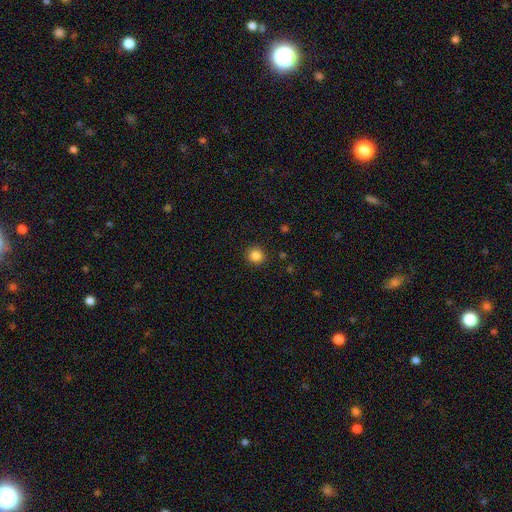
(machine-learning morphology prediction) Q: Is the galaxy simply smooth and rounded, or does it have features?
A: smooth — 85%.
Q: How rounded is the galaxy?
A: round — 93%.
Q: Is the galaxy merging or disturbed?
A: none — 91%.